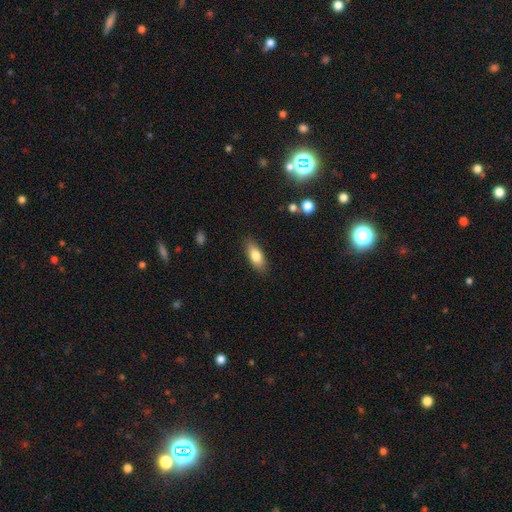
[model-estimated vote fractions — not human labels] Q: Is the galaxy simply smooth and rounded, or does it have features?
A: smooth — 77%.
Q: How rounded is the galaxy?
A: in between — 76%.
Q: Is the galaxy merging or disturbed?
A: none — 87%.